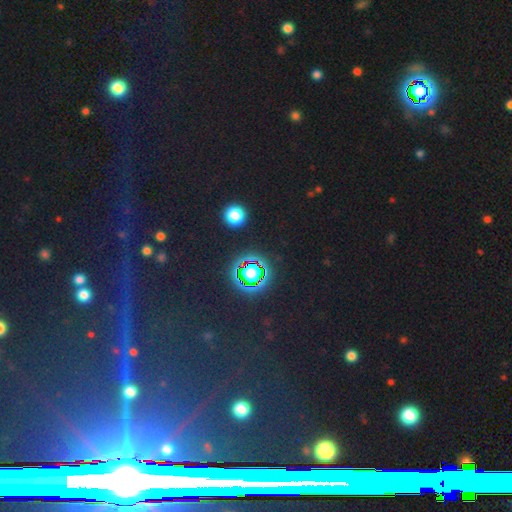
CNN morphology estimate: The model was most divided on "smooth or featured": star or artifact: 78%, smooth: 13%, featured or disk: 9%.